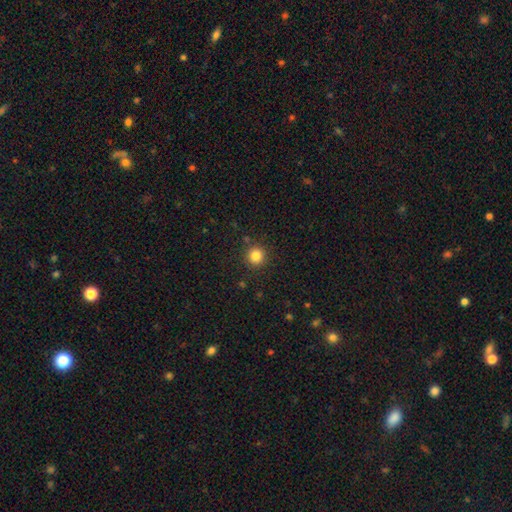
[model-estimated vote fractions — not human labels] Smooth or featured: smooth — 84% (star or artifact — 12%)
How rounded: round — 94% (in between — 5%)
Merging: none — 89% (minor disturbance — 7%)